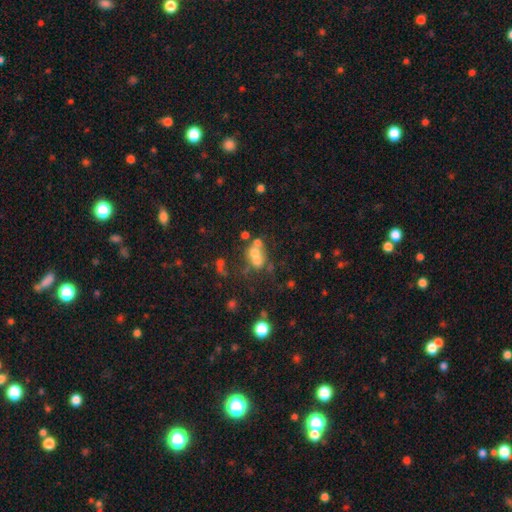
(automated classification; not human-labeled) Smooth or featured? Predicted: smooth (p=0.50). How rounded? Predicted: round (p=0.59). Merging? Predicted: merger (p=0.53).